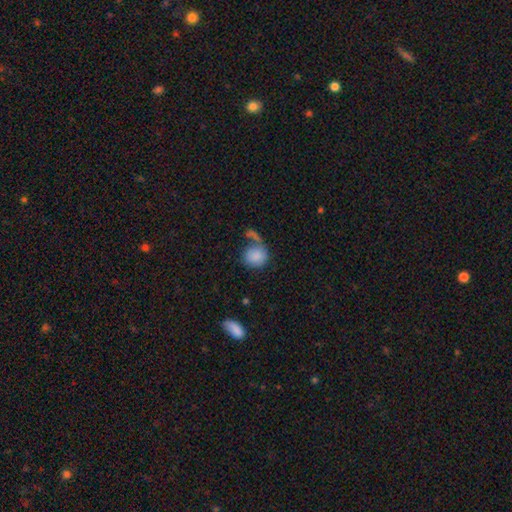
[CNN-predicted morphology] This appears to be a smooth galaxy with no disk features (84%) that is round (78%). Merging: none (48%).